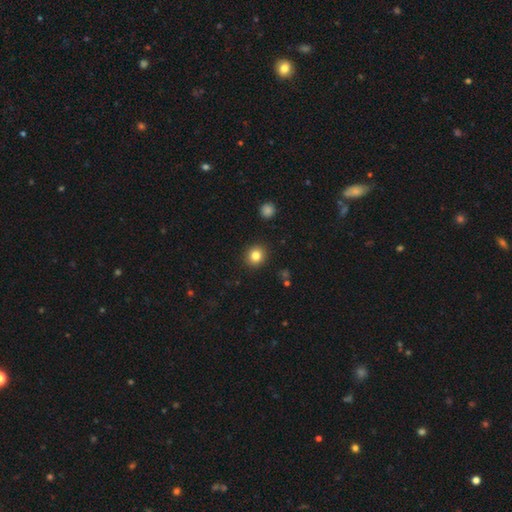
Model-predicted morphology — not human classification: type=smooth (82%); roundness=round (85%); merging=none (91%).